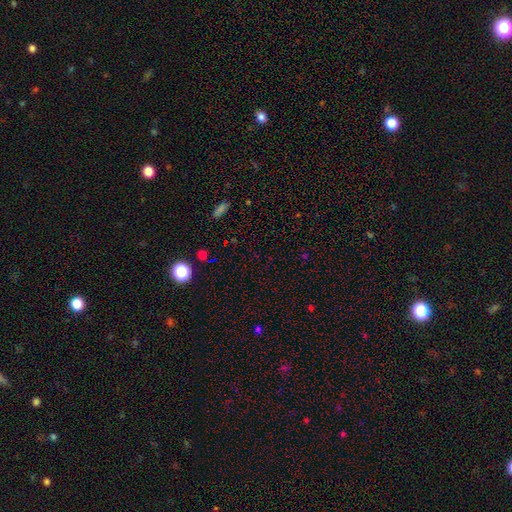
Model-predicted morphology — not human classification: Smooth or featured?
  - star or artifact: 60% *
  - smooth: 32%
  - featured or disk: 8%